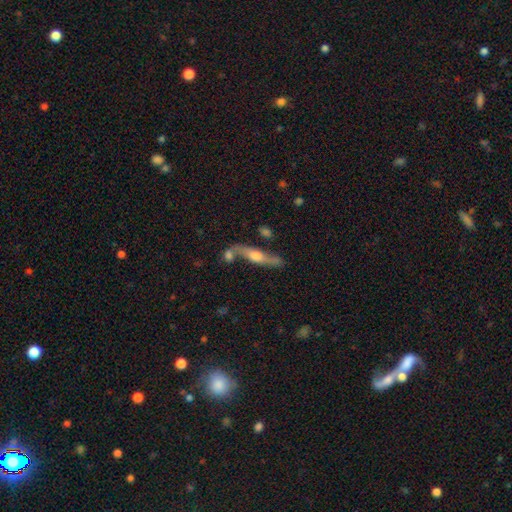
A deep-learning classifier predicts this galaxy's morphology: This appears to be a featured or disk galaxy (68%) viewed edge-on (74%) with a rounded central bulge (88%). Merging: none (60%).